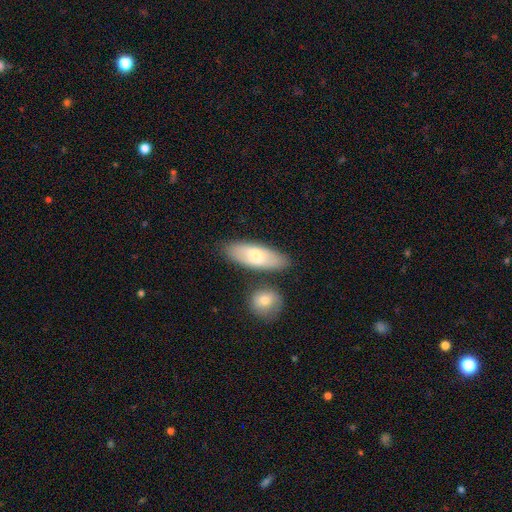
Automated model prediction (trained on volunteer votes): Smooth or featured? smooth (66%)
How rounded? in between (66%)
Merging? none (76%)